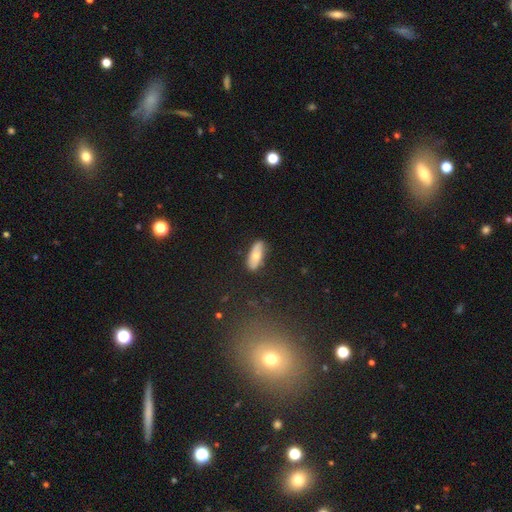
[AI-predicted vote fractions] This appears to be a smooth galaxy with no disk features (63%) that is in between round and cigar-shaped (76%). Merging: none (81%).